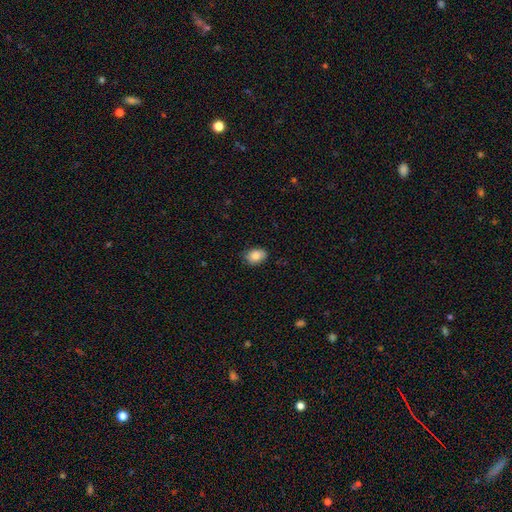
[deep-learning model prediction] Smooth or featured? Predicted: smooth (p=0.85). How rounded? Predicted: in between (p=0.79). Merging? Predicted: none (p=0.79).